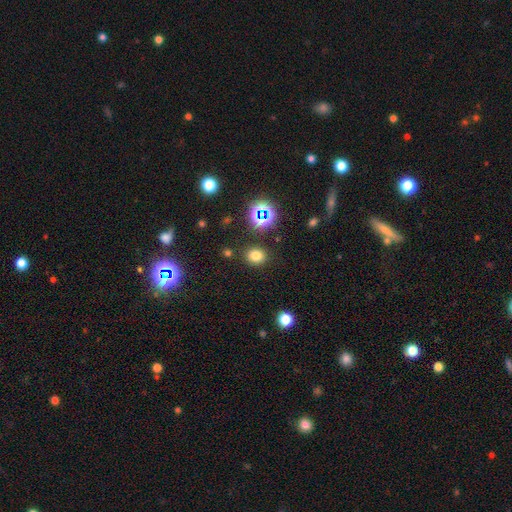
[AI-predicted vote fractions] Q: Smooth or featured?
A: smooth (74%); runner-up: star or artifact (20%)
Q: How rounded?
A: round (67%); runner-up: in between (32%)
Q: Merging?
A: none (86%); runner-up: minor disturbance (8%)